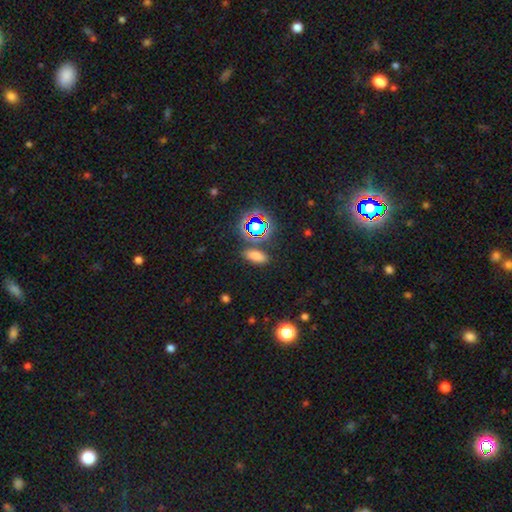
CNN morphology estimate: Smooth or featured? Predicted: smooth (p=0.69). How rounded? Predicted: in between (p=0.76). Merging? Predicted: none (p=0.81).